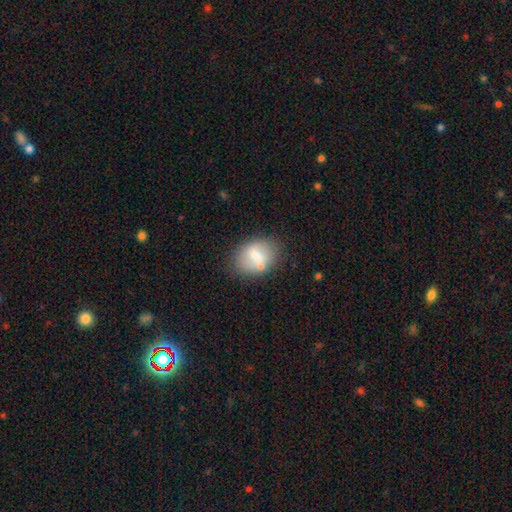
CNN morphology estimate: Smooth or featured? smooth (61%)
How rounded? in between (71%)
Merging? none (70%)